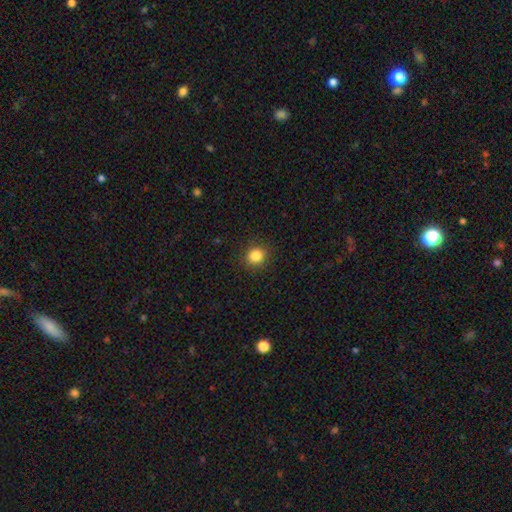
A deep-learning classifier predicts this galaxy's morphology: smooth_or_featured: smooth (p=0.84) [alt: star or artifact p=0.11]
how_rounded: round (p=0.84) [alt: in between p=0.15]
merging: none (p=0.90) [alt: minor disturbance p=0.07]